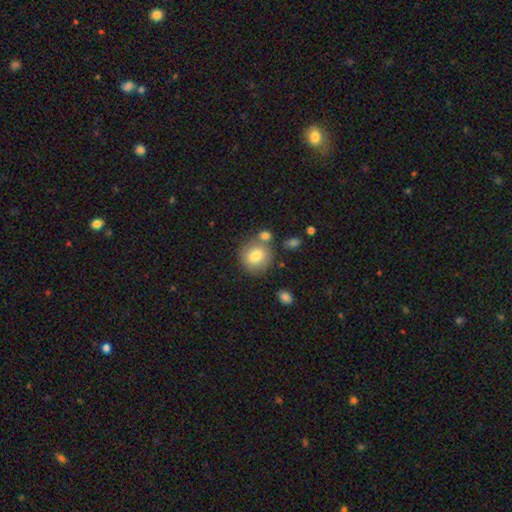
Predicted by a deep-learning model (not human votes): This is likely a smooth galaxy (78%). How rounded: clearly round (83%). Merging: likely none (62%).